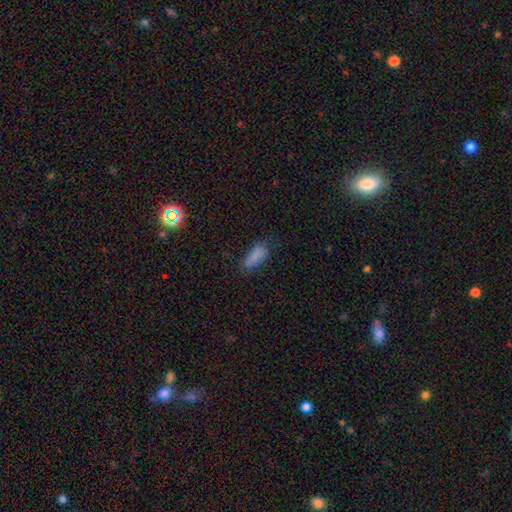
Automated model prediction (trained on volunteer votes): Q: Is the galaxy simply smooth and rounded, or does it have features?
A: smooth — 81%.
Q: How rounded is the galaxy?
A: in between — 76%.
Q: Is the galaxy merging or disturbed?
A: none — 57%.